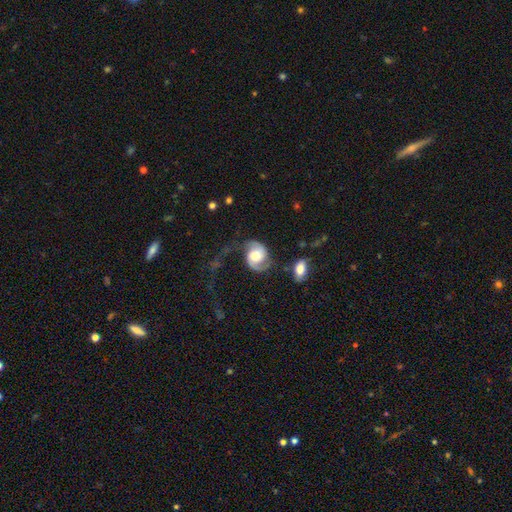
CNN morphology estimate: Smooth or featured: featured or disk — 80% (smooth — 14%)
Edge-on disk: no — 98% (yes — 2%)
Bar: no — 57% (weak — 33%)
Spiral arms: yes — 95% (no — 5%)
Spiral winding: medium — 44% (loose — 36%)
Spiral arm count: 2 — 88% (1 — 6%)
Bulge size: large — 44% (moderate — 28%)
Merging: none — 49% (major disturbance — 25%)